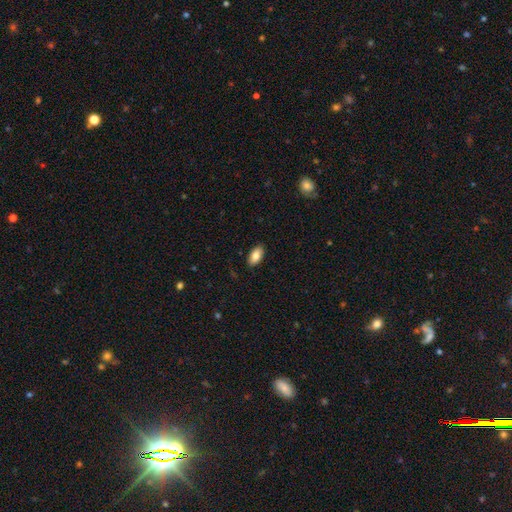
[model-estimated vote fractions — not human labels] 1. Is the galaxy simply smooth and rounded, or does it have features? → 83% smooth, 10% featured or disk, 7% star or artifact.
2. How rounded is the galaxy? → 94% in between, 3% cigar-shaped, 3% round.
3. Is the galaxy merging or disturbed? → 89% none, 9% minor disturbance, 2% major disturbance, 1% merger.